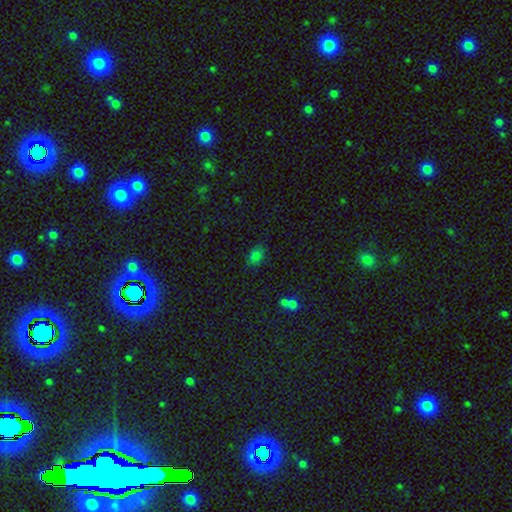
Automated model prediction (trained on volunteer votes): This is likely a smooth galaxy (77%). How rounded: likely in between (69%). Merging: likely none (77%).